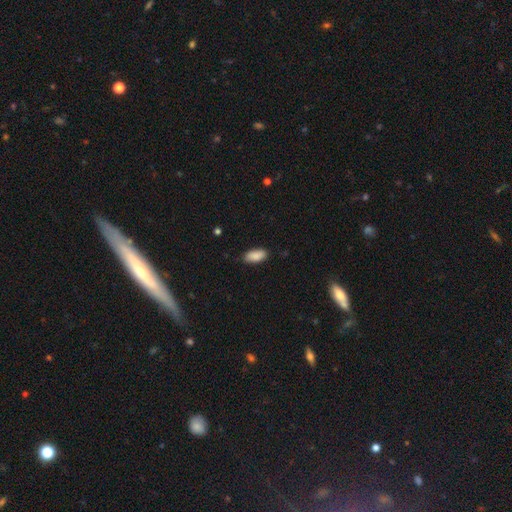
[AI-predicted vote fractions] smooth 89%, star or artifact 6%, featured or disk 5%. Down the decision tree: how rounded — in between (90%); merging — none (82%).